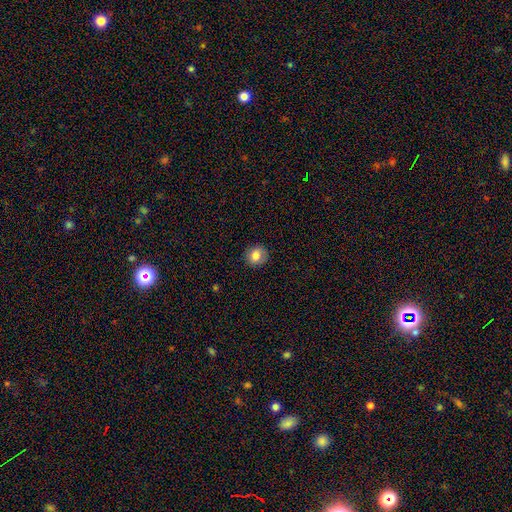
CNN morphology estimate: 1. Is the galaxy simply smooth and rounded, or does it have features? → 82% smooth, 9% star or artifact, 9% featured or disk.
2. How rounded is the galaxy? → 88% round, 11% in between, 1% cigar-shaped.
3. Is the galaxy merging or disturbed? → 90% none, 7% minor disturbance, 2% major disturbance, 1% merger.